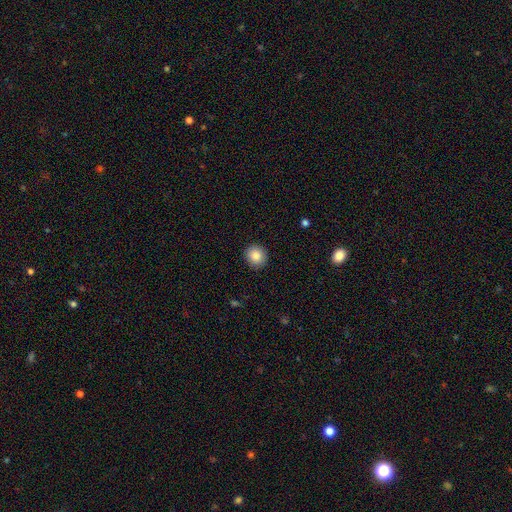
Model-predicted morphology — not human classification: A smooth galaxy with no disk features (86%) that is round (88%). Merging: none (92%).